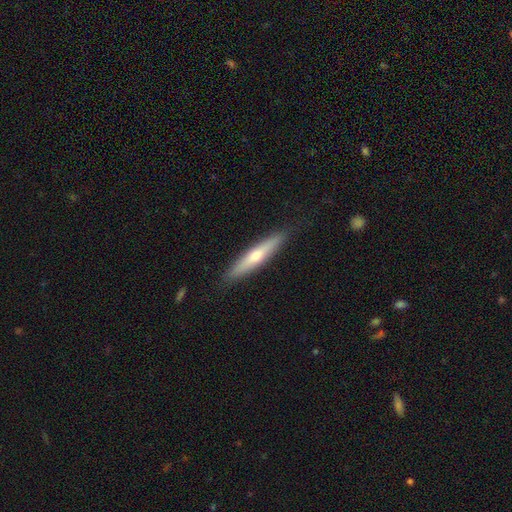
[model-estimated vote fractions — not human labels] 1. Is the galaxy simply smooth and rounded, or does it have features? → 50% featured or disk, 44% smooth, 6% star or artifact.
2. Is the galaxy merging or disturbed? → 87% none, 10% minor disturbance, 2% major disturbance, 1% merger.